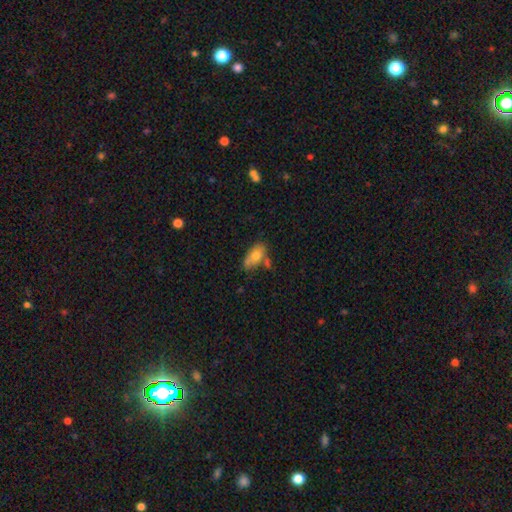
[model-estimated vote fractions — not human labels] smooth_or_featured: smooth (p=0.71) [alt: featured or disk p=0.21]
how_rounded: in between (p=0.88) [alt: cigar-shaped p=0.06]
merging: none (p=0.46) [alt: minor disturbance p=0.25]